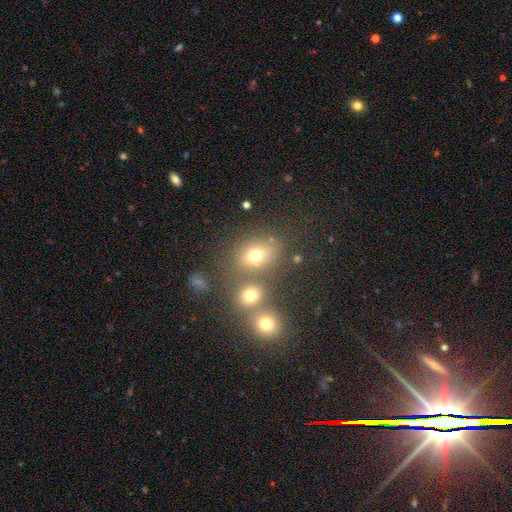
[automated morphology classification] A smooth galaxy with no disk features (67%) that is in between round and cigar-shaped (51%). Merging: none (59%).